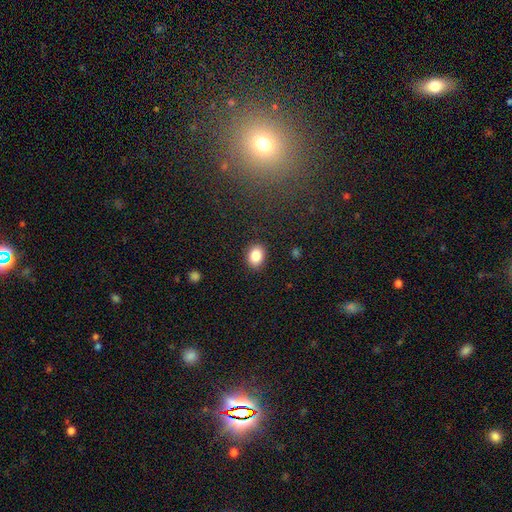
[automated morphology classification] Smooth or featured?
  - smooth: 86% *
  - star or artifact: 9%
  - featured or disk: 5%
How rounded?
  - in between: 60% *
  - round: 39%
  - cigar-shaped: 1%
Merging?
  - none: 88% *
  - minor disturbance: 9%
  - major disturbance: 2%
  - merger: 1%